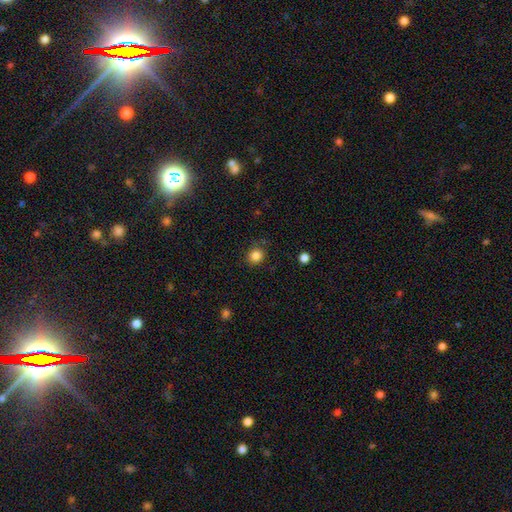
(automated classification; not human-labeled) A smooth galaxy with no disk features (84%) that is round (79%). Merging: none (84%).